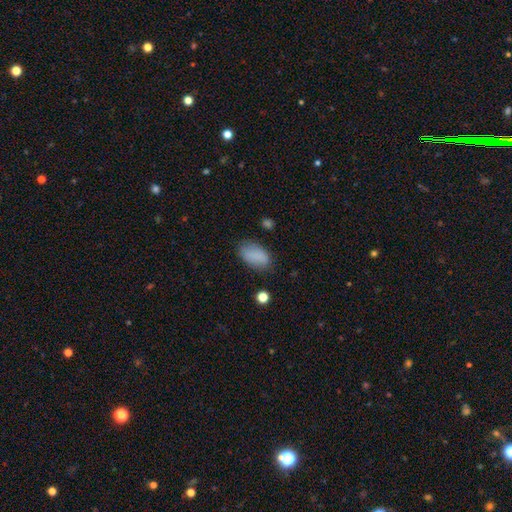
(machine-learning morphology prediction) smooth_or_featured: smooth (p=0.85) [alt: star or artifact p=0.09]
how_rounded: in between (p=0.92) [alt: round p=0.06]
merging: none (p=0.75) [alt: minor disturbance p=0.18]